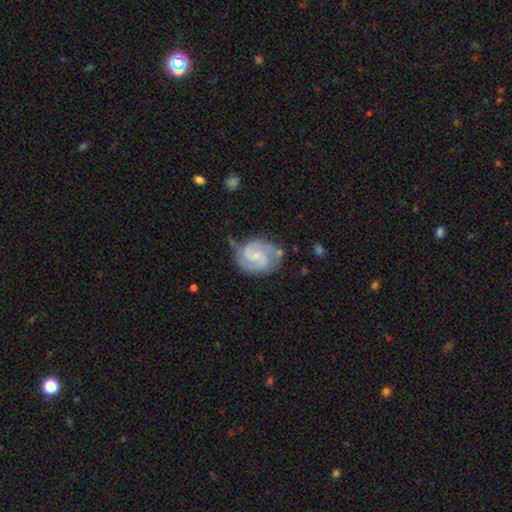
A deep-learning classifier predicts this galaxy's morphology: A featured or disk galaxy (87%) with no bar (49%), 2 (89%) medium (52%) spiral arms (98%) and a small central bulge (68%). Merging: none (69%).